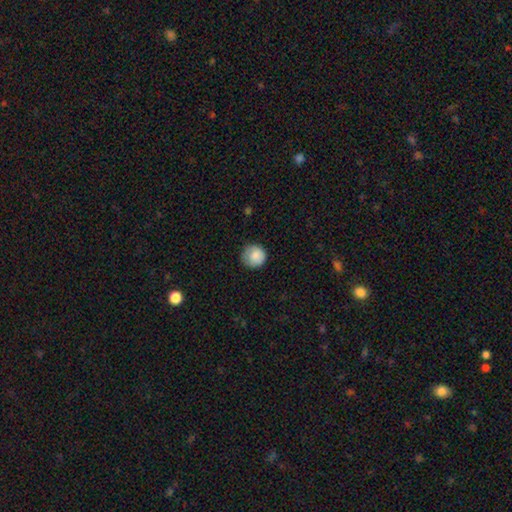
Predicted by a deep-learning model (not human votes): Smooth or featured: smooth — 86% (star or artifact — 8%)
How rounded: round — 93% (in between — 6%)
Merging: none — 78% (minor disturbance — 18%)